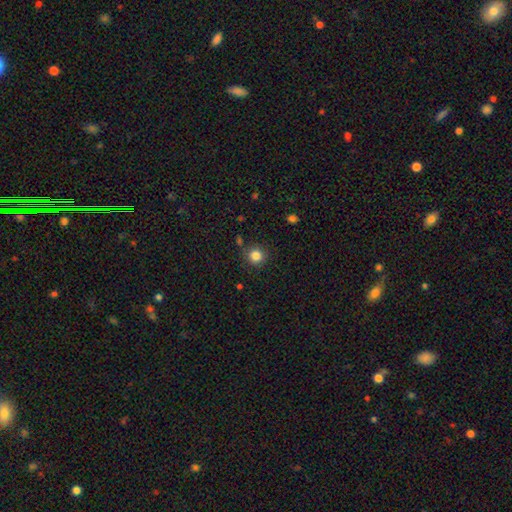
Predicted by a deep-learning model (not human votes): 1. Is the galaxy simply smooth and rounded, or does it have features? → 84% smooth, 12% star or artifact, 5% featured or disk.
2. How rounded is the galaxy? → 93% round, 6% in between, 1% cigar-shaped.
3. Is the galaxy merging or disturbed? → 85% none, 9% minor disturbance, 4% merger, 3% major disturbance.